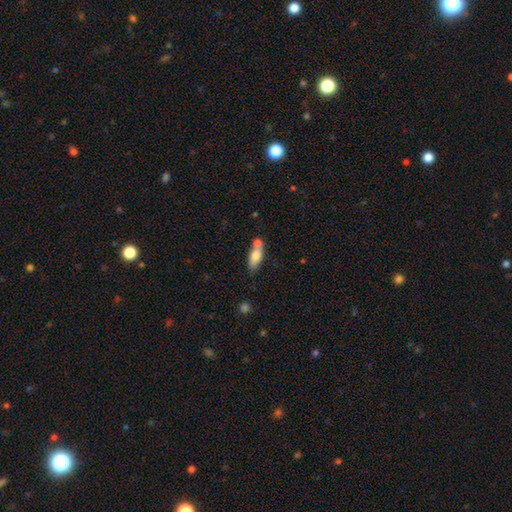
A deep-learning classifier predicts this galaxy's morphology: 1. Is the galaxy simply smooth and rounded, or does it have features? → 74% smooth, 19% featured or disk, 7% star or artifact.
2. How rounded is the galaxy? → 73% in between, 24% cigar-shaped, 4% round.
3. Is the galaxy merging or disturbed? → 45% none, 36% merger, 15% minor disturbance, 5% major disturbance.